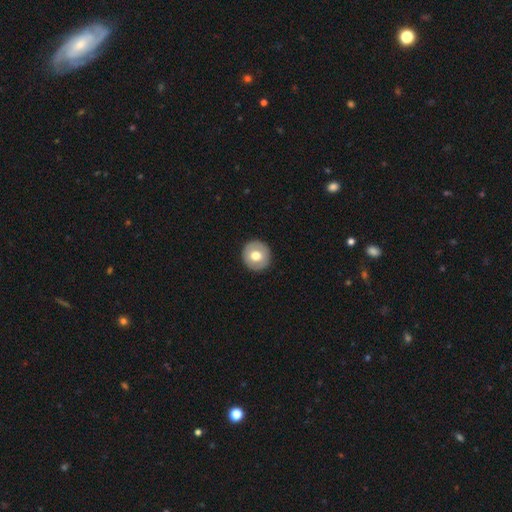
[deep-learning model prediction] Smooth or featured? smooth (68%)
How rounded? round (94%)
Merging? none (92%)